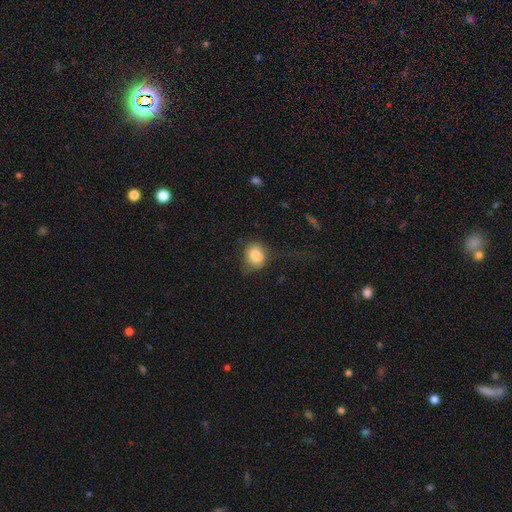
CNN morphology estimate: smooth_or_featured: smooth (p=0.84) [alt: star or artifact p=0.08]
how_rounded: round (p=0.61) [alt: in between p=0.38]
merging: none (p=0.51) [alt: minor disturbance p=0.28]